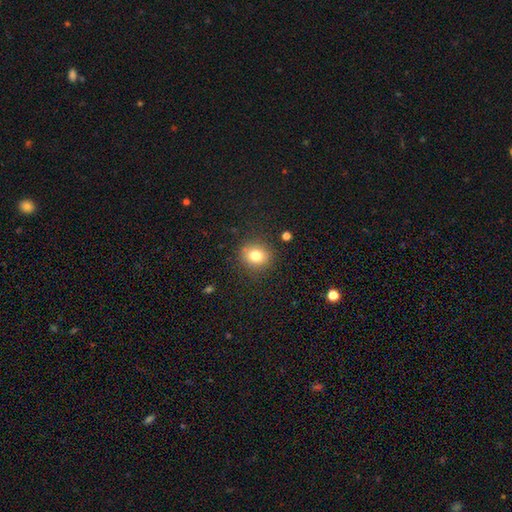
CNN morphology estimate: The model was most divided on "how rounded": round: 80%, in between: 19%, cigar-shaped: 1%. More confident: merging — none (87%); smooth or featured — smooth (78%).